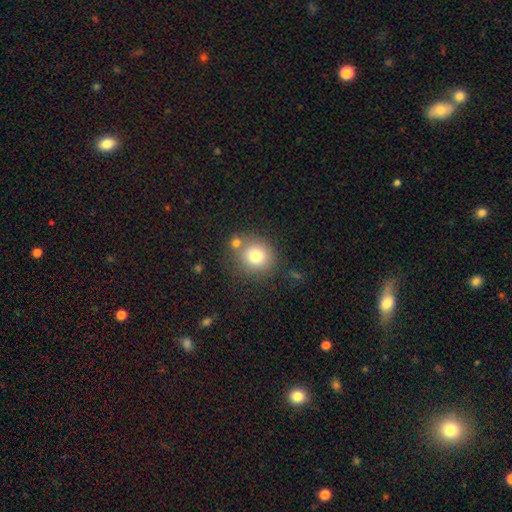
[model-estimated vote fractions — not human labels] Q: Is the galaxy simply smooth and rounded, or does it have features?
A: smooth — 78%.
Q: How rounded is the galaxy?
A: round — 82%.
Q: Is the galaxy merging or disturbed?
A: none — 66%.